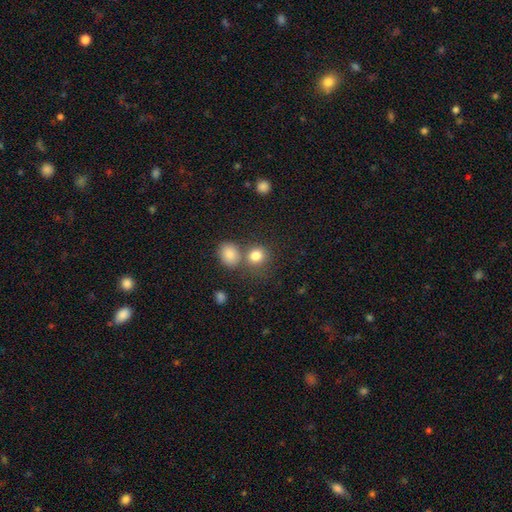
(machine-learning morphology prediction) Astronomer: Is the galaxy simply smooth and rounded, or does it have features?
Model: smooth — 81%.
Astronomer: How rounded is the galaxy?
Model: round — 75%.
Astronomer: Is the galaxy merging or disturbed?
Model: none — 58%.